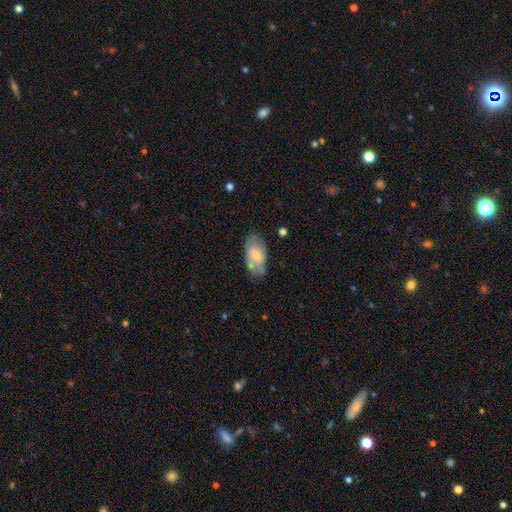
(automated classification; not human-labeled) Overall: smooth (65%; featured or disk 29%). How rounded: in between (93%). Merging: none (67%).